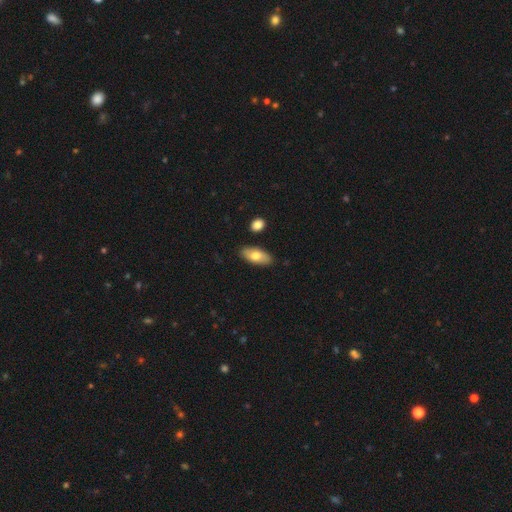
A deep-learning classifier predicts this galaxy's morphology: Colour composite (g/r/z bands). It shows a smooth galaxy with no disk features (74%) that is in between round and cigar-shaped (88%). Merging: none (85%).